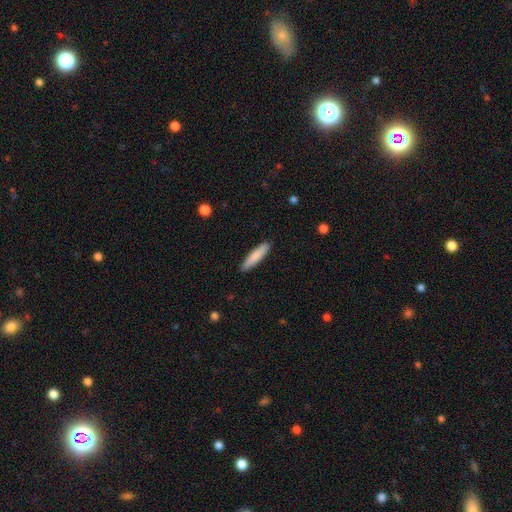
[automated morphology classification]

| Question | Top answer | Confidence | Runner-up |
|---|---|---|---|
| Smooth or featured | smooth | 83% | featured or disk (12%) |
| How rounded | cigar-shaped | 82% | in between (17%) |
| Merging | none | 90% | minor disturbance (7%) |